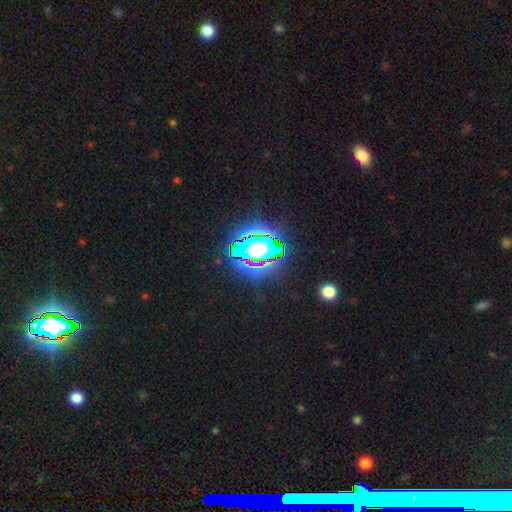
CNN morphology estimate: type=star or artifact (79%).